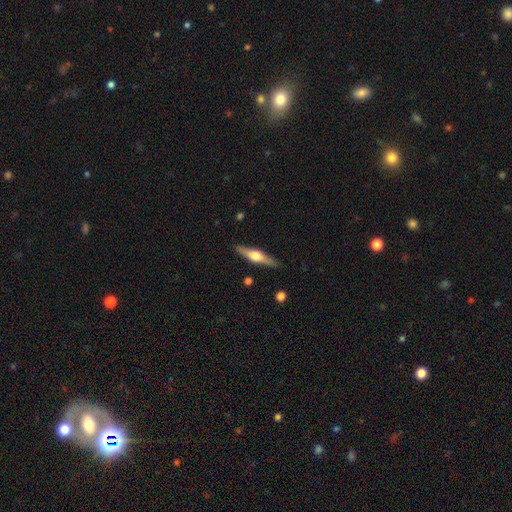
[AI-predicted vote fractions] Q: Smooth or featured?
A: featured or disk (65%); runner-up: smooth (29%)
Q: Edge-on disk?
A: yes (96%); runner-up: no (4%)
Q: Edge-on bulge?
A: rounded (93%); runner-up: boxy (5%)
Q: Merging?
A: none (88%); runner-up: minor disturbance (8%)